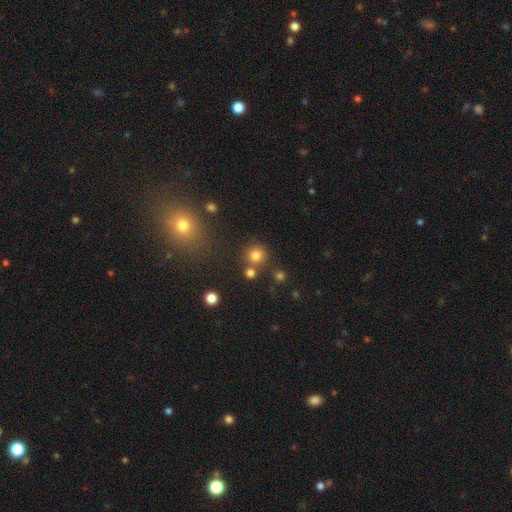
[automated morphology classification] Q: Smooth or featured?
A: smooth (78%); runner-up: star or artifact (15%)
Q: How rounded?
A: round (92%); runner-up: in between (7%)
Q: Merging?
A: none (75%); runner-up: merger (14%)